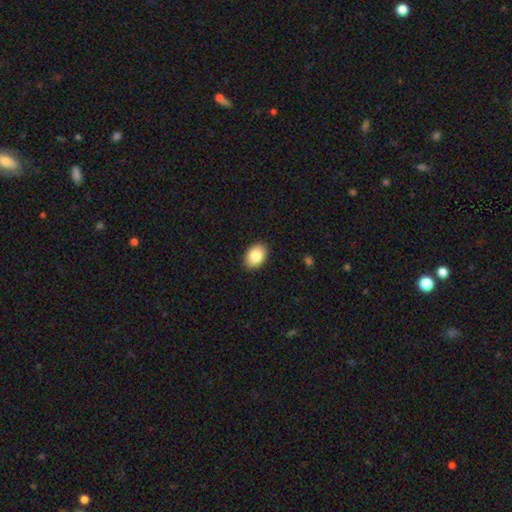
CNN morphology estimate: The model was most divided on "how rounded": in between: 82%, round: 17%, cigar-shaped: 1%. More confident: merging — none (90%); smooth or featured — smooth (86%).